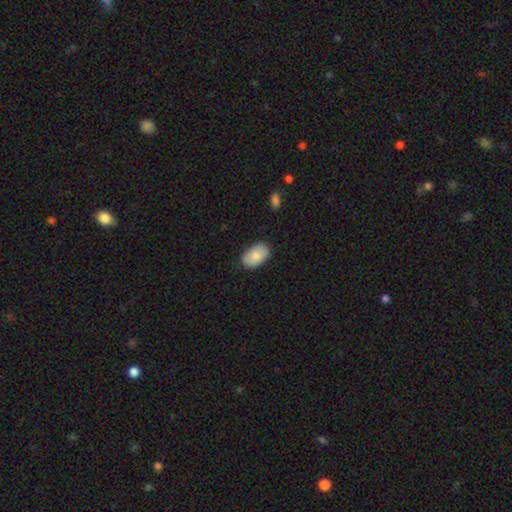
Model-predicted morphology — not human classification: A smooth galaxy with no disk features (81%) that is in between round and cigar-shaped (92%).

Vote fractions:
- Smooth or featured? smooth: 81% / featured or disk: 13% / star or artifact: 6%
- How rounded? in between: 92% / round: 7% / cigar-shaped: 1%
- Merging? none: 82% / minor disturbance: 14% / major disturbance: 3% / merger: 1%